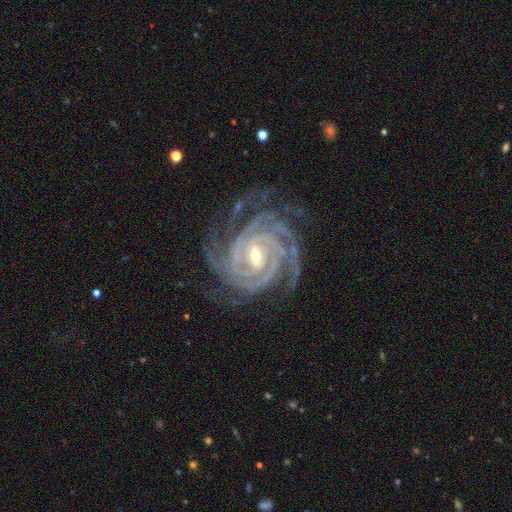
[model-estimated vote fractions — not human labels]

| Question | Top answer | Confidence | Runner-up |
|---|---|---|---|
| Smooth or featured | featured or disk | 94% | star or artifact (4%) |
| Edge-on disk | no | 98% | yes (2%) |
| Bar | weak | 43% | strong (37%) |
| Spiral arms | yes | 99% | no (1%) |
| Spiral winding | tight | 79% | medium (19%) |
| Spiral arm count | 4 | 36% | 3 (22%) |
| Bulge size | small | 51% | moderate (46%) |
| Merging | none | 75% | minor disturbance (16%) |